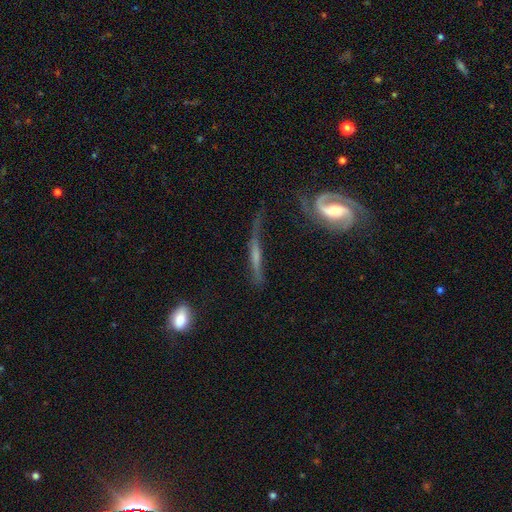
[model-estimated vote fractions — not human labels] A featured or disk galaxy (67%) viewed edge-on (64%). Merging: none (48%).